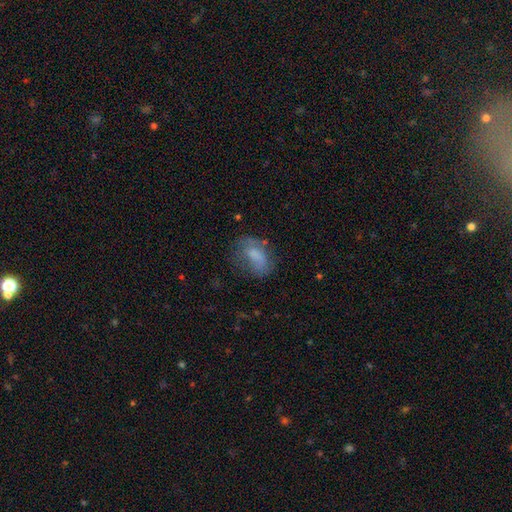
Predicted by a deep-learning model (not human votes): Smooth or featured: smooth — 65% (featured or disk — 26%)
How rounded: in between — 84% (round — 13%)
Merging: none — 48% (minor disturbance — 28%)